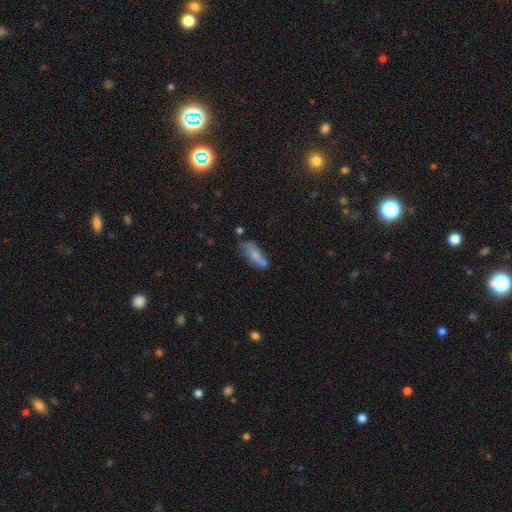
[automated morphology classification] Smooth or featured?
  - smooth: 69% *
  - featured or disk: 23%
  - star or artifact: 9%
How rounded?
  - in between: 62% *
  - cigar-shaped: 35%
  - round: 3%
Merging?
  - none: 47% *
  - minor disturbance: 28%
  - merger: 14%
  - major disturbance: 11%